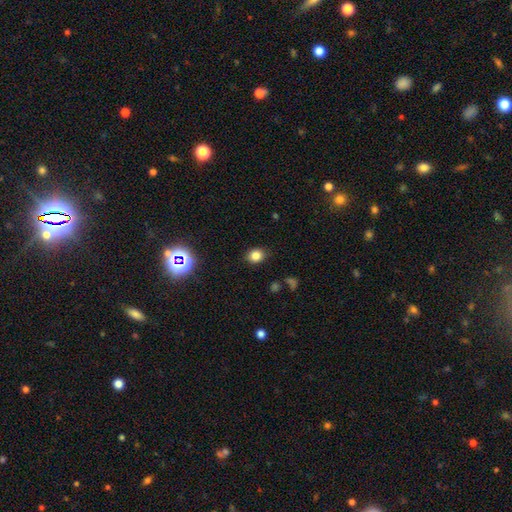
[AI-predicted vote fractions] Smooth or featured? smooth (81%)
How rounded? round (57%)
Merging? none (86%)